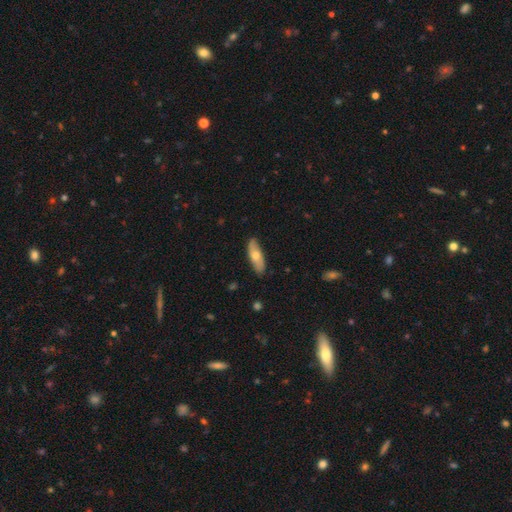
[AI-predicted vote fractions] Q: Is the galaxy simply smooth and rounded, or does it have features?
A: smooth — 64%.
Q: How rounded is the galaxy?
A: in between — 58%.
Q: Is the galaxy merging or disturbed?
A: none — 84%.